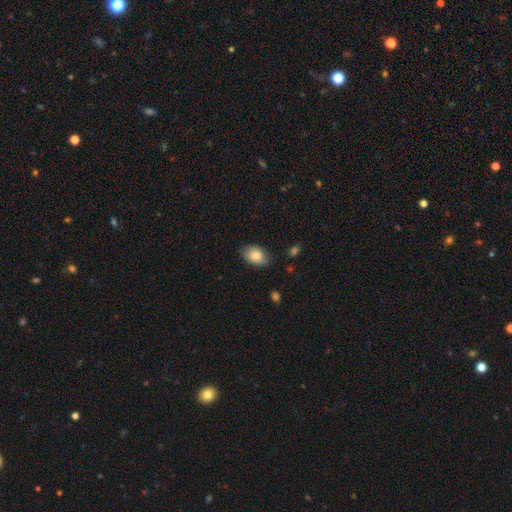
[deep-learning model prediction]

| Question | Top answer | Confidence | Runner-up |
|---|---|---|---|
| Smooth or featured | smooth | 83% | featured or disk (10%) |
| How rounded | in between | 81% | round (18%) |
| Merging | none | 76% | minor disturbance (19%) |